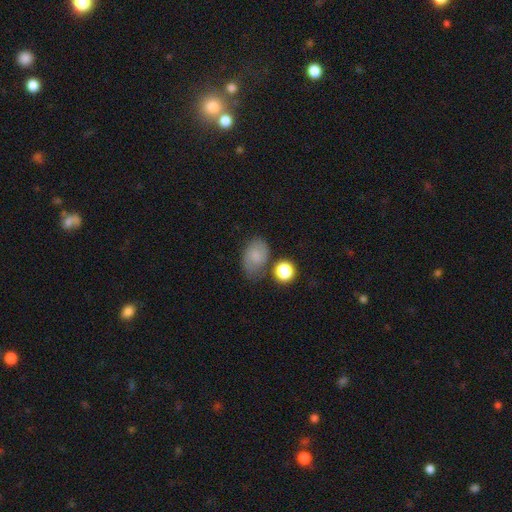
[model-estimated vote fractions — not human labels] Morphology: type=smooth (68%); roundness=in between (80%); merging=none (63%).